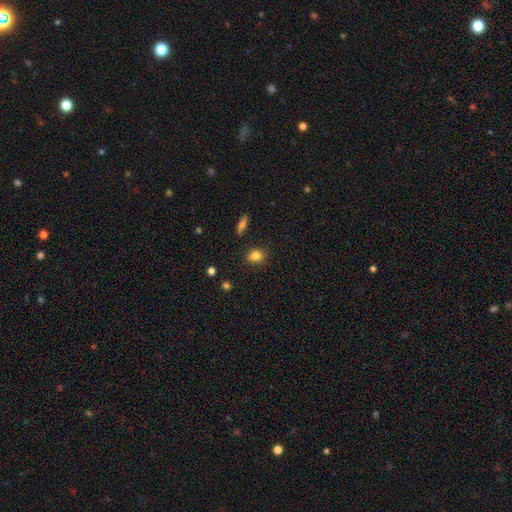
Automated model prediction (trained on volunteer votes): This is clearly a smooth galaxy (83%). How rounded: likely round (65%). Merging: clearly none (86%).